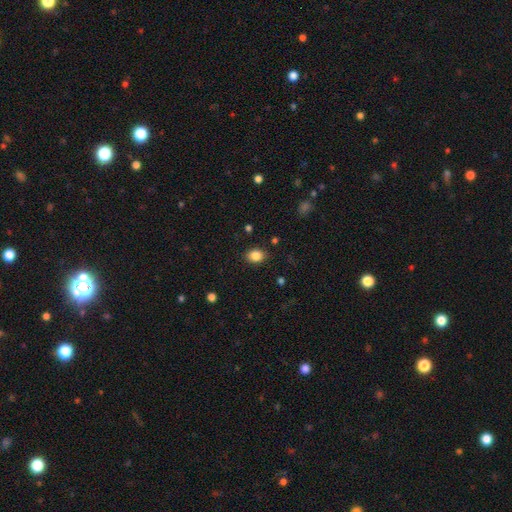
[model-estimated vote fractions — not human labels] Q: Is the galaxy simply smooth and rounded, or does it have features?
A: smooth — 85%.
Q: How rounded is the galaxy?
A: in between — 64%.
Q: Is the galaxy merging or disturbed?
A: none — 87%.